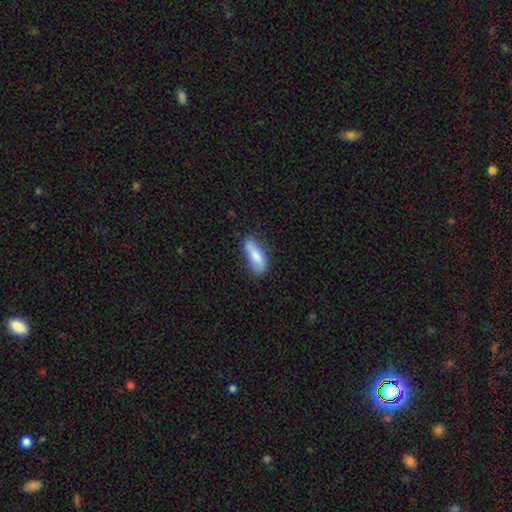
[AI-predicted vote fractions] smooth 78%, featured or disk 16%, star or artifact 6%. Down the decision tree: how rounded — in between (67%); merging — none (58%).